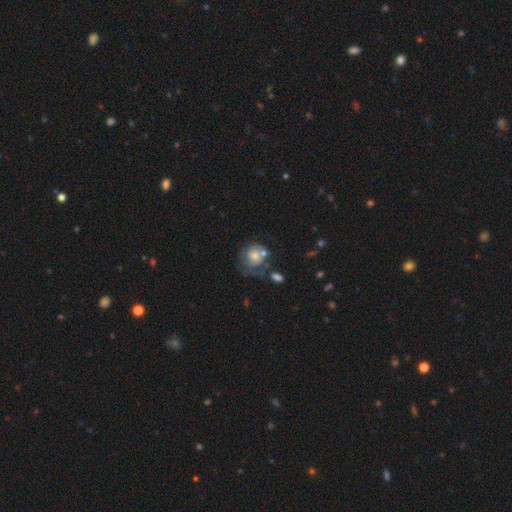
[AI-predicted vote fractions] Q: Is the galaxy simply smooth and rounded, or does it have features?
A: smooth — 56%.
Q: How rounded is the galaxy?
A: round — 75%.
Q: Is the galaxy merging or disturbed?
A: none — 36%.